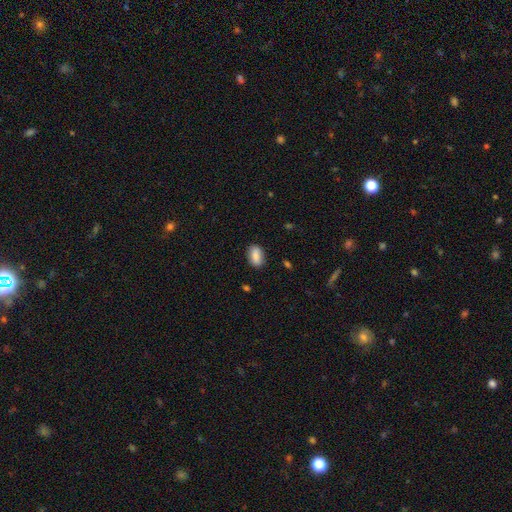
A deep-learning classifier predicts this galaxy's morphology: Smooth or featured? smooth (84%)
How rounded? in between (88%)
Merging? none (86%)